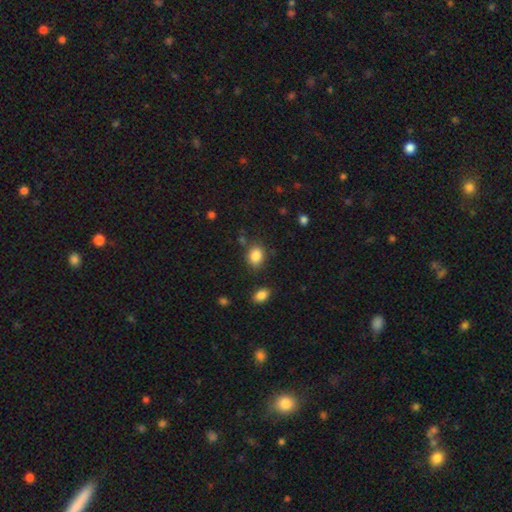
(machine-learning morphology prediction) Smooth or featured? smooth (86%)
How rounded? in between (60%)
Merging? none (79%)